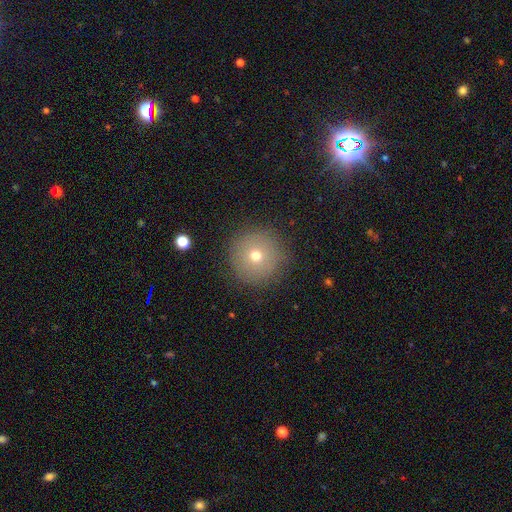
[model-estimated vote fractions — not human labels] smooth_or_featured: smooth (p=0.68) [alt: featured or disk p=0.18]
how_rounded: round (p=0.96) [alt: in between p=0.03]
merging: none (p=0.87) [alt: minor disturbance p=0.08]